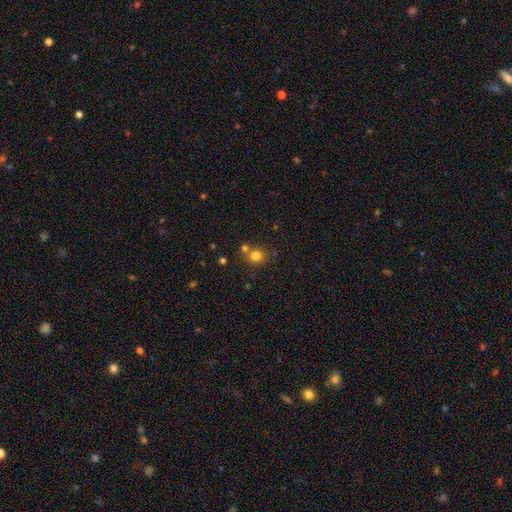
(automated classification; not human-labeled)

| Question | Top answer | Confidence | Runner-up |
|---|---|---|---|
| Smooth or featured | smooth | 79% | star or artifact (14%) |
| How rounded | round | 82% | in between (17%) |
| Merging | none | 61% | merger (26%) |